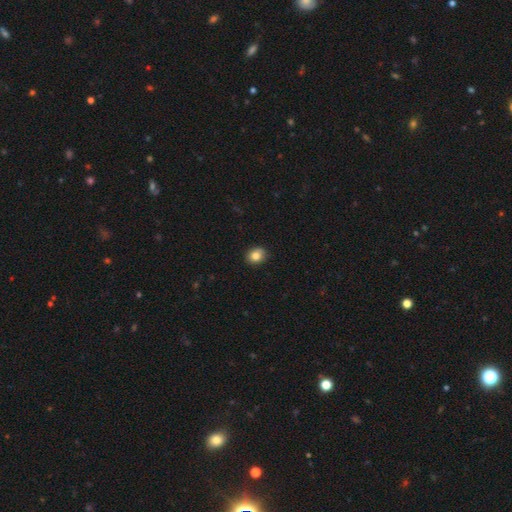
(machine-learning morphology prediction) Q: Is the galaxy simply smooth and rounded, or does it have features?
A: smooth — 83%.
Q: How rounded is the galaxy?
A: round — 54%.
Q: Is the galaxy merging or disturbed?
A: none — 88%.